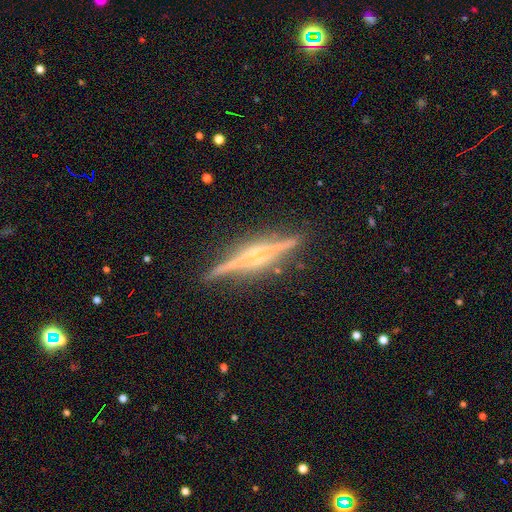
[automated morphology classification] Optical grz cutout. It shows a featured or disk galaxy (86%) viewed edge-on (98%) with a rounded central bulge (70%). Merging: none (89%).